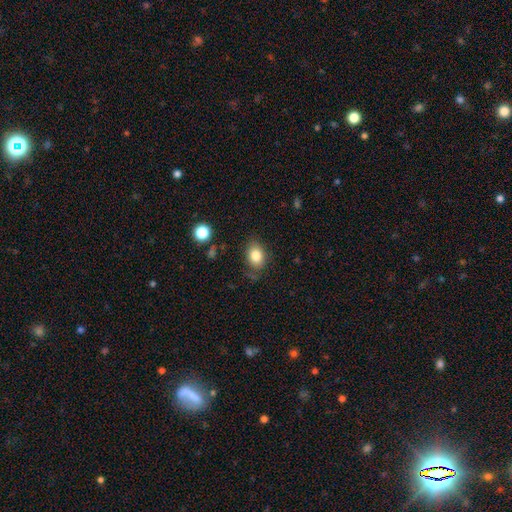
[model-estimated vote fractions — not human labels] A smooth galaxy with no disk features (83%) that is in between round and cigar-shaped (73%).

Vote fractions:
- Smooth or featured? smooth: 83% / star or artifact: 9% / featured or disk: 9%
- How rounded? in between: 73% / round: 26% / cigar-shaped: 1%
- Merging? none: 76% / minor disturbance: 17% / major disturbance: 5% / merger: 2%